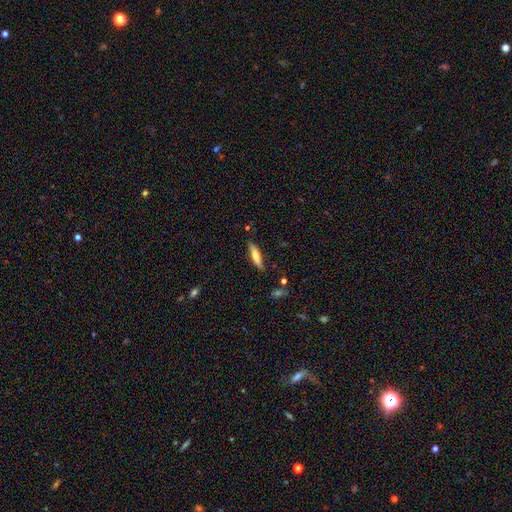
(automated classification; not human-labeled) A smooth galaxy with no disk features (62%) that is cigar-shaped (73%).

Vote fractions:
- Smooth or featured? smooth: 62% / featured or disk: 32% / star or artifact: 7%
- How rounded? cigar-shaped: 73% / in between: 26% / round: 2%
- Merging? none: 82% / minor disturbance: 14% / major disturbance: 2% / merger: 2%